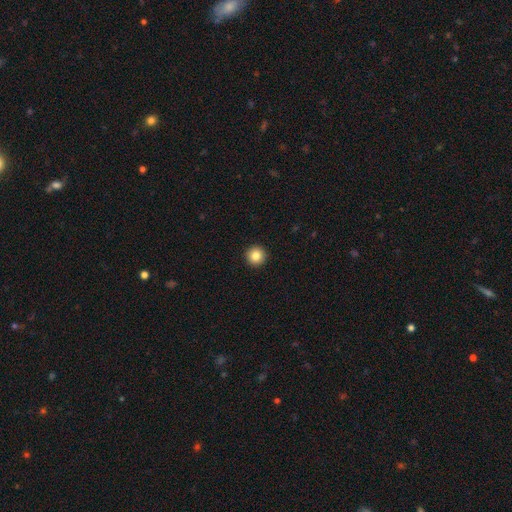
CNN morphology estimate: This appears to be a smooth galaxy with no disk features (84%) that is round (96%). Merging: none (94%).